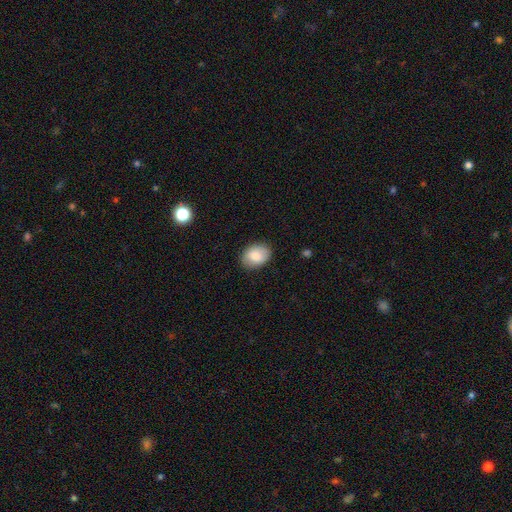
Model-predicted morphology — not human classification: A smooth galaxy with no disk features (81%) that is in between round and cigar-shaped (73%).

Vote fractions:
- Smooth or featured? smooth: 81% / featured or disk: 12% / star or artifact: 7%
- How rounded? in between: 73% / round: 26% / cigar-shaped: 1%
- Merging? none: 85% / minor disturbance: 12% / major disturbance: 2% / merger: 1%